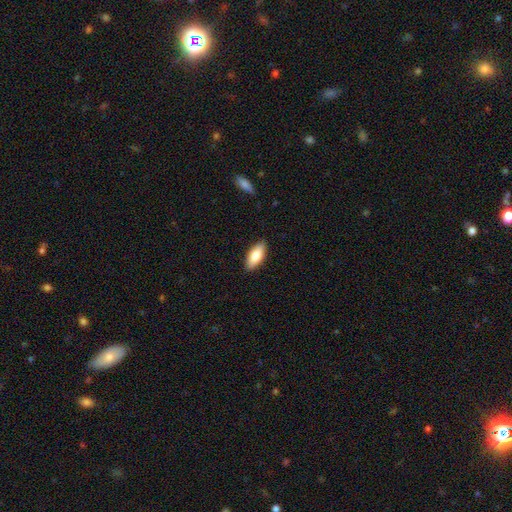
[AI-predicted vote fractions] Smooth or featured? smooth (81%)
How rounded? in between (83%)
Merging? none (88%)